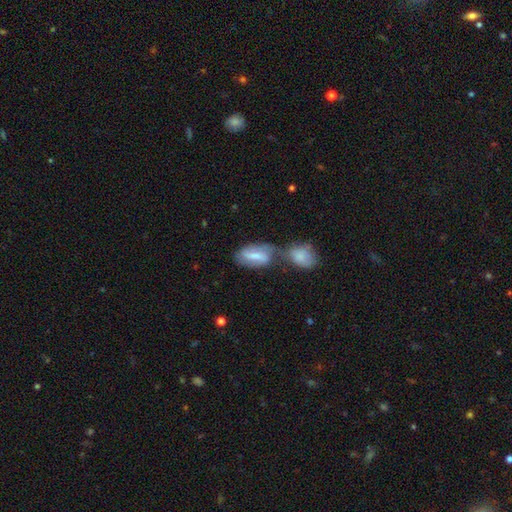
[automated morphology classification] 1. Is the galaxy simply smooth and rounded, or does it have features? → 50% smooth, 43% featured or disk, 7% star or artifact.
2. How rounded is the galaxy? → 85% in between, 11% cigar-shaped, 5% round.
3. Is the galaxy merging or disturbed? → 52% merger, 28% none, 13% minor disturbance, 7% major disturbance.